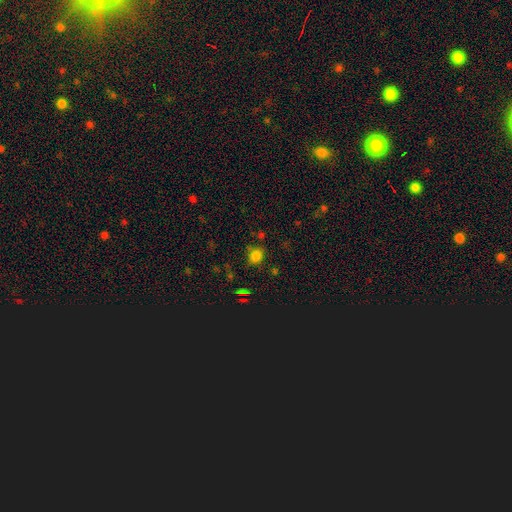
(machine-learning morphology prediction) The model was most divided on "how rounded": round: 64%, in between: 34%, cigar-shaped: 1%. More confident: merging — none (77%); smooth or featured — smooth (75%).